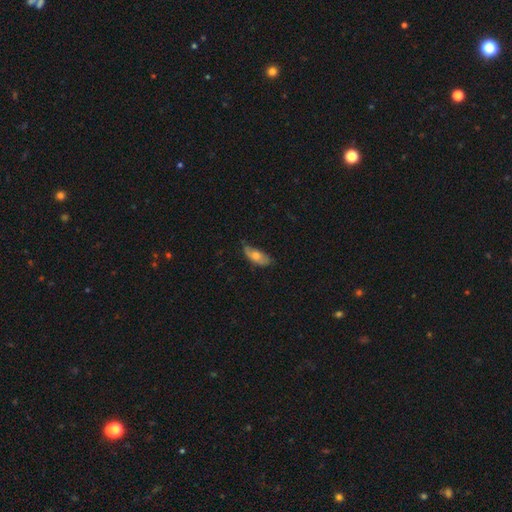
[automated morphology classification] Smooth or featured?
  - smooth: 63% *
  - featured or disk: 30%
  - star or artifact: 7%
How rounded?
  - in between: 79% *
  - cigar-shaped: 18%
  - round: 3%
Merging?
  - none: 51% *
  - minor disturbance: 36%
  - major disturbance: 11%
  - merger: 2%